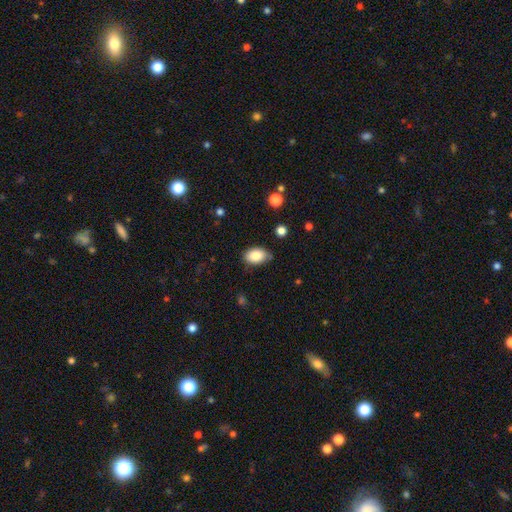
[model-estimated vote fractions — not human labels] Smooth or featured? Predicted: smooth (p=0.85). How rounded? Predicted: in between (p=0.88). Merging? Predicted: none (p=0.72).